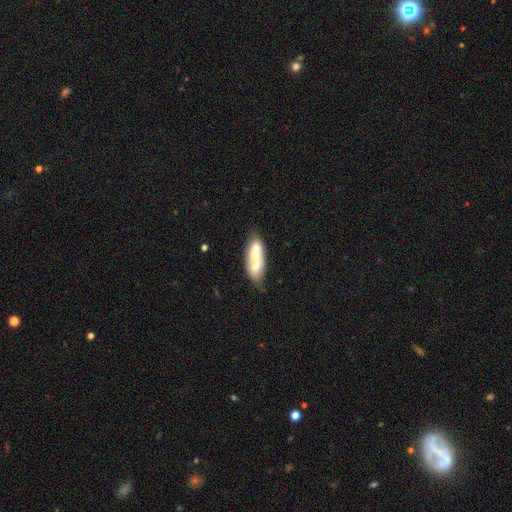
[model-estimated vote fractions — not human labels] This is possibly a featured or disk galaxy (49%). Merging: possibly none (54%).